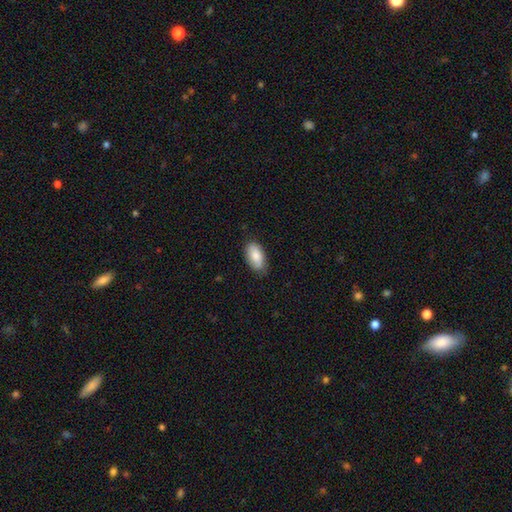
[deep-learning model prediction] Smooth or featured: smooth — 83% (featured or disk — 11%)
How rounded: in between — 93% (cigar-shaped — 4%)
Merging: none — 78% (minor disturbance — 17%)